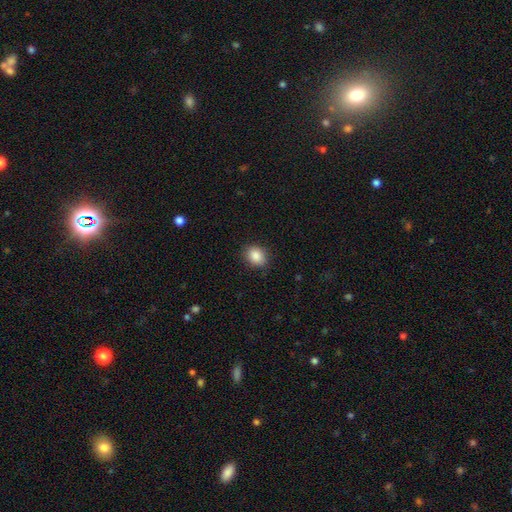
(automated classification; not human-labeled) A smooth galaxy with no disk features (87%) that is in between round and cigar-shaped (55%). Merging: none (87%).